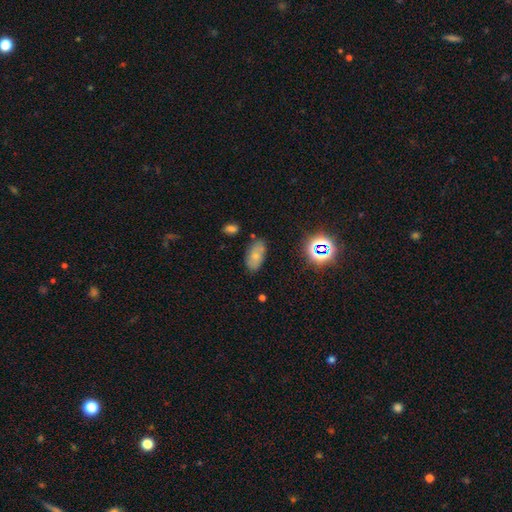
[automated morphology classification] This is likely a smooth galaxy (68%). How rounded: clearly in between (92%). Merging: likely none (74%).